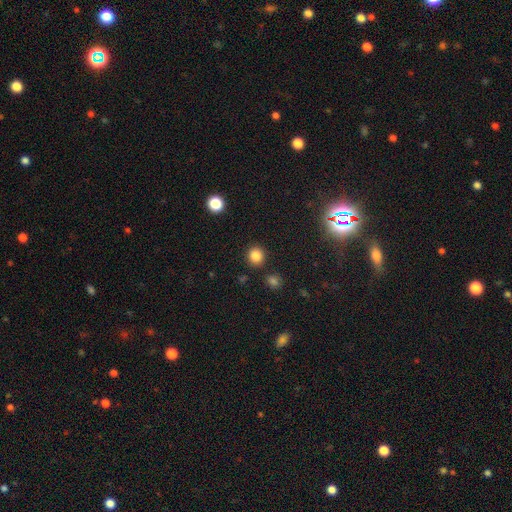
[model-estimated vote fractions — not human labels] Smooth or featured? smooth (84%)
How rounded? round (89%)
Merging? none (88%)